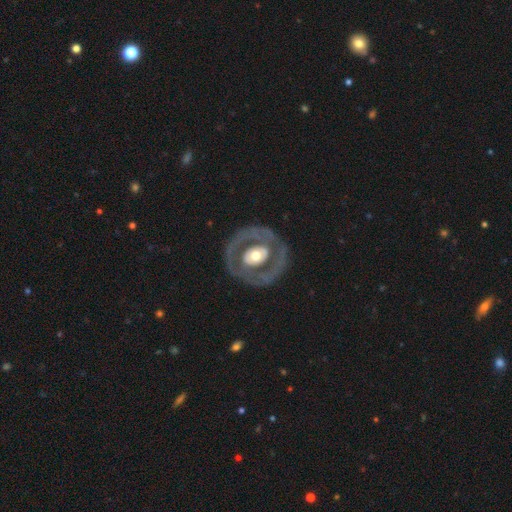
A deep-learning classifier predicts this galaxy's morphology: Smooth or featured: featured or disk — 69% (smooth — 27%)
Edge-on disk: no — 95% (yes — 5%)
Bar: no — 74% (weak — 17%)
Spiral arms: no — 69% (yes — 31%)
Bulge size: moderate — 62% (large — 27%)
Merging: none — 76% (minor disturbance — 13%)